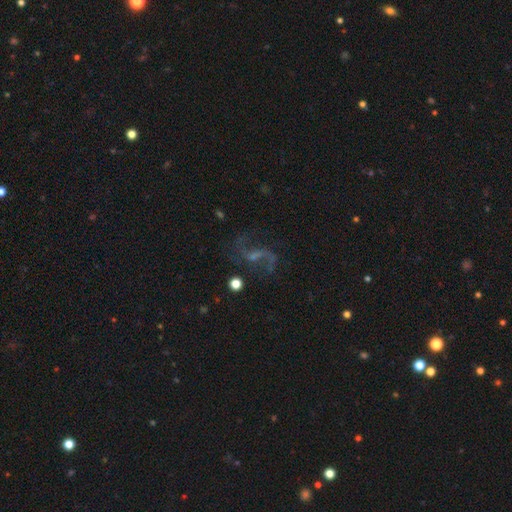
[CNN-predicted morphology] Smooth or featured? Predicted: featured or disk (p=0.78). Edge-on disk? Predicted: no (p=0.97). Bar? Predicted: weak (p=0.48). Spiral arms? Predicted: yes (p=0.92). Spiral winding? Predicted: loose (p=0.76). Spiral arm count? Predicted: 2 (p=0.84). Bulge size? Predicted: small (p=0.50). Merging? Predicted: none (p=0.63).